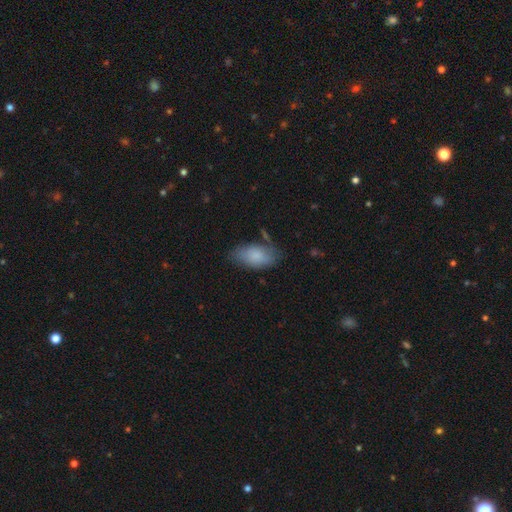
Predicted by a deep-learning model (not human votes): This appears to be a smooth galaxy with no disk features (82%) that is in between round and cigar-shaped (93%). Merging: none (65%).